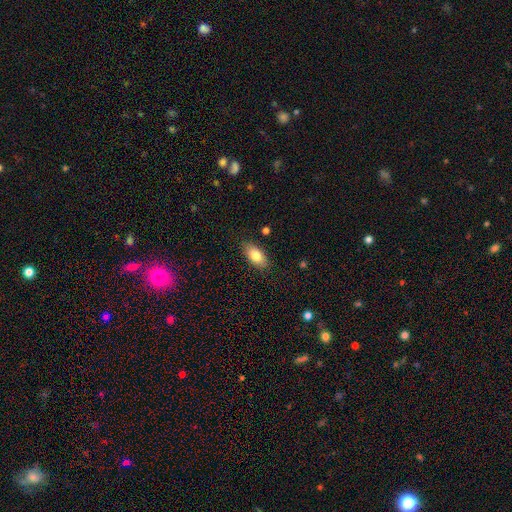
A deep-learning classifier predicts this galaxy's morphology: This is clearly a smooth galaxy (81%). How rounded: clearly in between (90%). Merging: clearly none (86%).